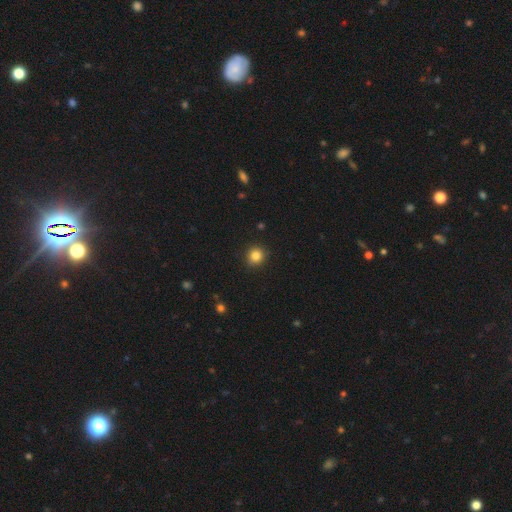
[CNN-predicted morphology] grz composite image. It shows a smooth galaxy with no disk features (84%) that is round (91%). Merging: none (91%).